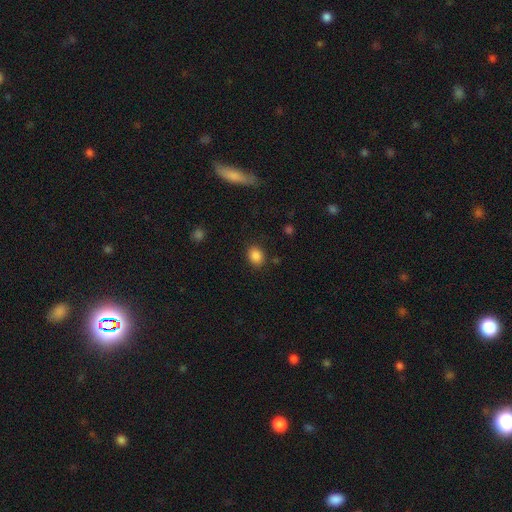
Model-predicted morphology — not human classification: Smooth or featured: smooth — 86% (star or artifact — 10%)
How rounded: round — 53% (in between — 46%)
Merging: none — 86% (minor disturbance — 9%)